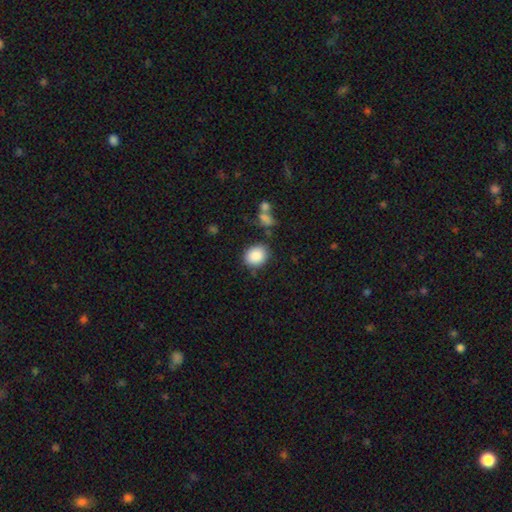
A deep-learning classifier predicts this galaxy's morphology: A smooth galaxy with no disk features (87%) that is round (60%).

Vote fractions:
- Smooth or featured? smooth: 87% / star or artifact: 8% / featured or disk: 4%
- How rounded? round: 60% / in between: 39% / cigar-shaped: 1%
- Merging? none: 79% / minor disturbance: 13% / merger: 4% / major disturbance: 4%